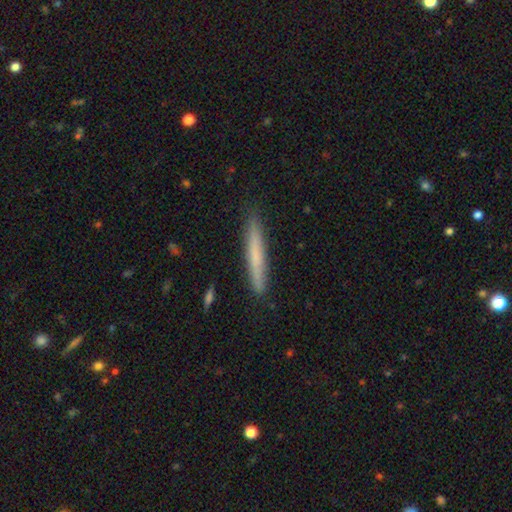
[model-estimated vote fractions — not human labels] smooth_or_featured: smooth (p=0.66) [alt: featured or disk p=0.28]
how_rounded: cigar-shaped (p=0.96) [alt: in between p=0.03]
merging: none (p=0.90) [alt: minor disturbance p=0.07]